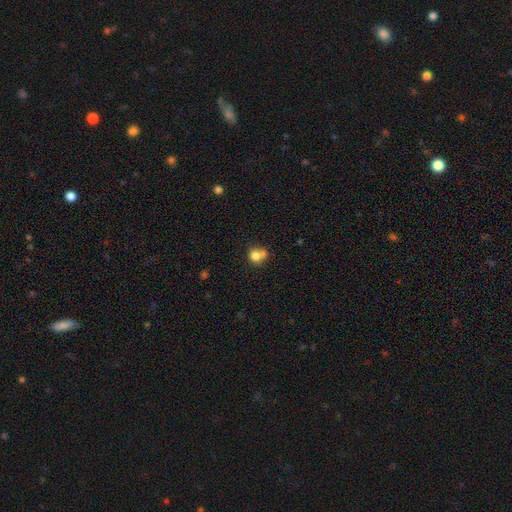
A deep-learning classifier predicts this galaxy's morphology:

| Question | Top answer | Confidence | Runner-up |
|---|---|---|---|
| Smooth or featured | smooth | 77% | featured or disk (12%) |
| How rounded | round | 81% | in between (19%) |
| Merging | none | 44% | merger (38%) |